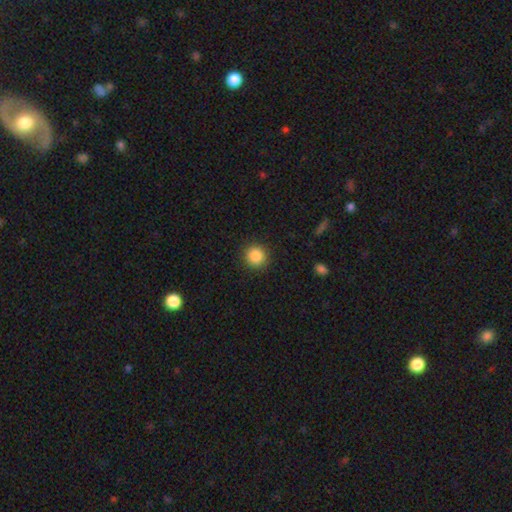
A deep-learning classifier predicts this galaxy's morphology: This is clearly a smooth galaxy (87%). How rounded: clearly round (94%). Merging: clearly none (91%).